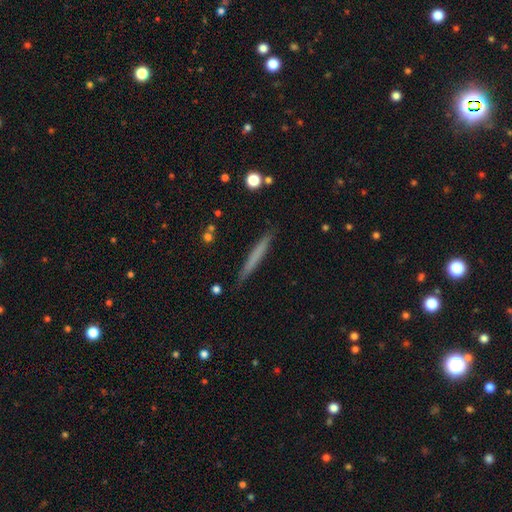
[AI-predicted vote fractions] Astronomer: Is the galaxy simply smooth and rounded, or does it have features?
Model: smooth — 63%.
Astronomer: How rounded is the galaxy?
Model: cigar-shaped — 97%.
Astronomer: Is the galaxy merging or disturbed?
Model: none — 89%.